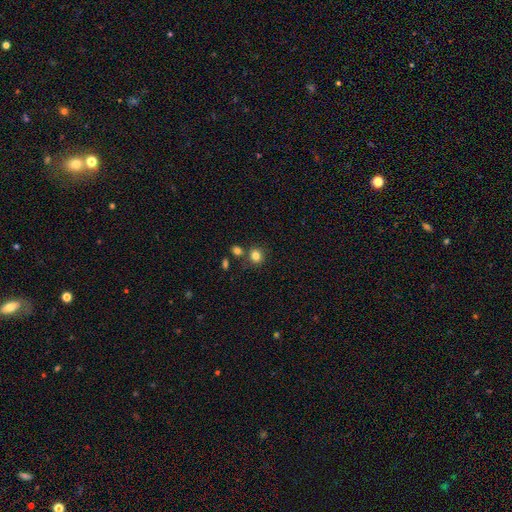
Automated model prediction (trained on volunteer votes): smooth 82%, star or artifact 12%, featured or disk 6%. Down the decision tree: how rounded — round (81%); merging — none (73%).